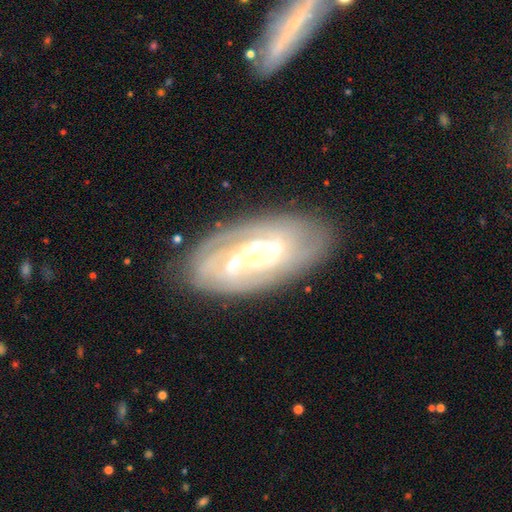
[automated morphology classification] Smooth or featured?
  - featured or disk: 79% *
  - smooth: 14%
  - star or artifact: 7%
Edge-on disk?
  - no: 93% *
  - yes: 7%
Bar?
  - no: 56% *
  - weak: 31%
  - strong: 14%
Spiral arms?
  - yes: 86% *
  - no: 14%
Spiral winding?
  - tight: 63% *
  - medium: 28%
  - loose: 9%
Spiral arm count?
  - can't tell: 39% *
  - 2: 34%
  - 3: 13%
  - 1: 5%
  - 4: 5%
  - more than 4: 4%
Bulge size?
  - small: 69% *
  - moderate: 23%
  - none: 3%
  - large: 3%
  - dominant: 1%
Merging?
  - none: 74% *
  - minor disturbance: 16%
  - major disturbance: 7%
  - merger: 3%